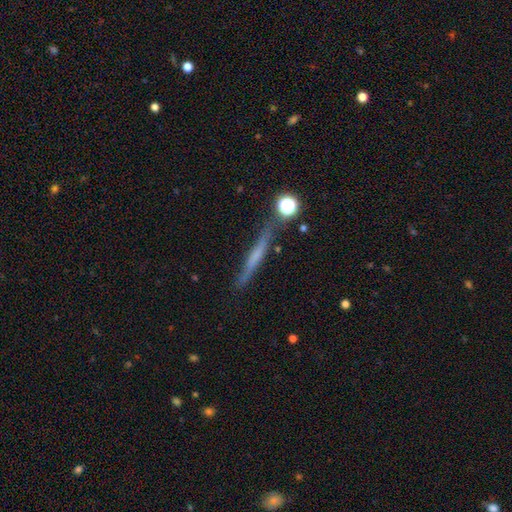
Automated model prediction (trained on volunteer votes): Smooth or featured?
  - featured or disk: 52% *
  - smooth: 38%
  - star or artifact: 10%
Edge-on disk?
  - yes: 94% *
  - no: 6%
Merging?
  - none: 78% *
  - minor disturbance: 14%
  - merger: 4%
  - major disturbance: 4%